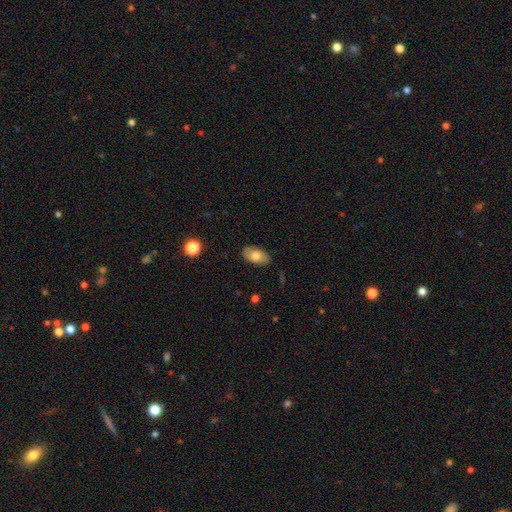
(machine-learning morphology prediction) The model was most divided on "smooth or featured": smooth: 75%, featured or disk: 18%, star or artifact: 7%. More confident: how rounded — in between (93%); merging — none (86%).